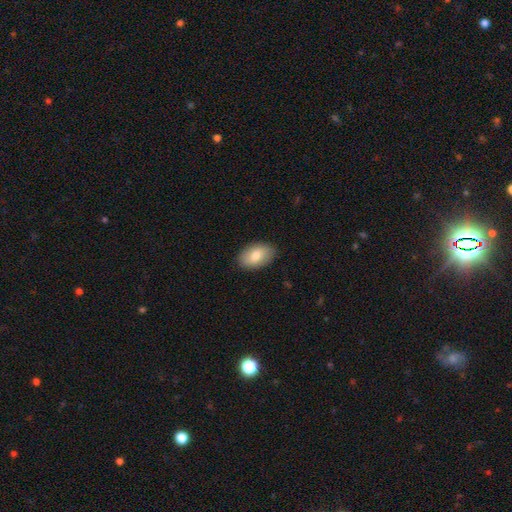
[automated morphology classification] type=smooth (79%); roundness=in between (91%); merging=none (89%).